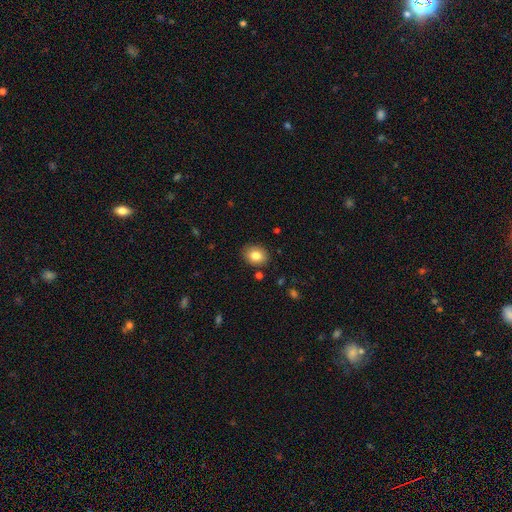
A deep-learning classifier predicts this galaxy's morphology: Overall: smooth (82%). How rounded: in between (54%; round 45%). Merging: none (87%).